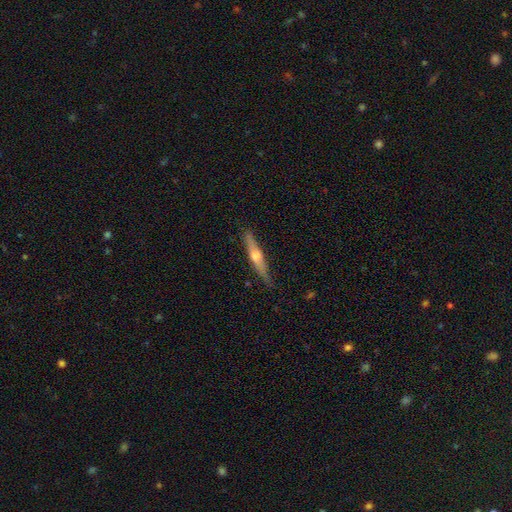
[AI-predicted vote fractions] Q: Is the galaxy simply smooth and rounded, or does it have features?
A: featured or disk — 69%.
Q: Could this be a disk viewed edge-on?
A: yes — 97%.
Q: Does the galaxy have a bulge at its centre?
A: rounded — 91%.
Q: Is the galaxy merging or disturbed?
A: none — 86%.